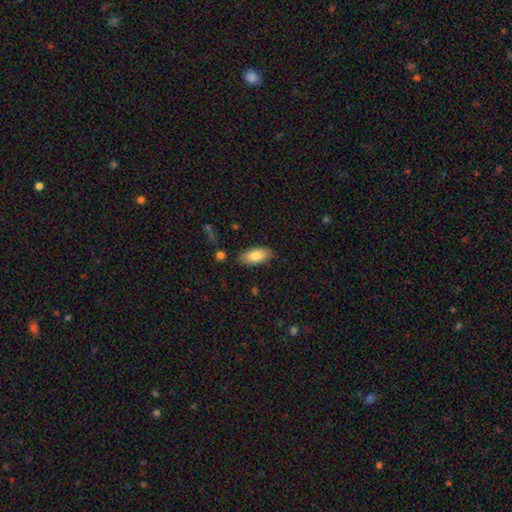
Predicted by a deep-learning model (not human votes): A smooth galaxy with no disk features (82%) that is in between round and cigar-shaped (90%). Merging: none (82%).